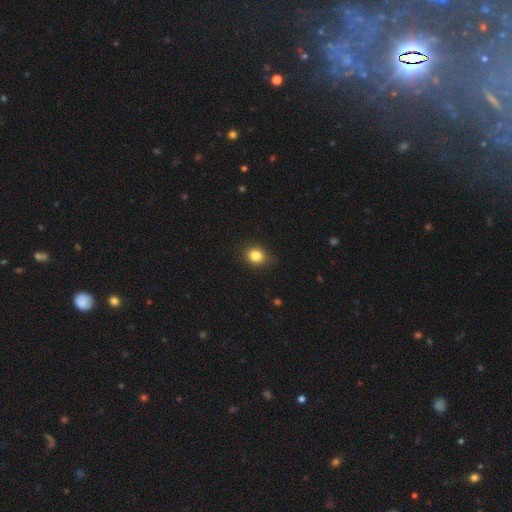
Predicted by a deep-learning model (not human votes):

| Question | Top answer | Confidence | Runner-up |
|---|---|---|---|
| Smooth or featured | smooth | 83% | star or artifact (11%) |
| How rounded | round | 66% | in between (33%) |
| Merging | none | 82% | minor disturbance (14%) |